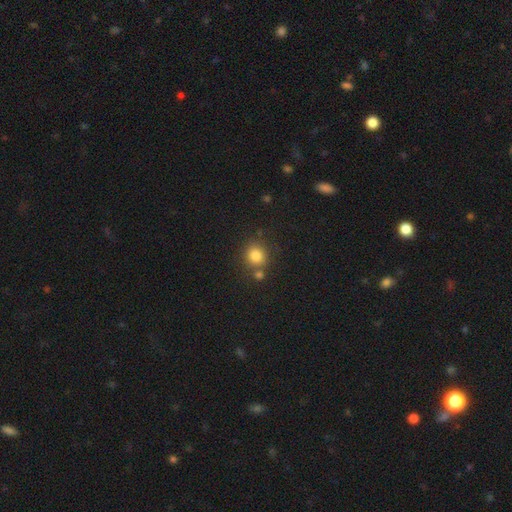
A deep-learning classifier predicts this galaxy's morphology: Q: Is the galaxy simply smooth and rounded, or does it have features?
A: smooth — 82%.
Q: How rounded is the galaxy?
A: round — 82%.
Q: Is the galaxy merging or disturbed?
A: none — 67%.